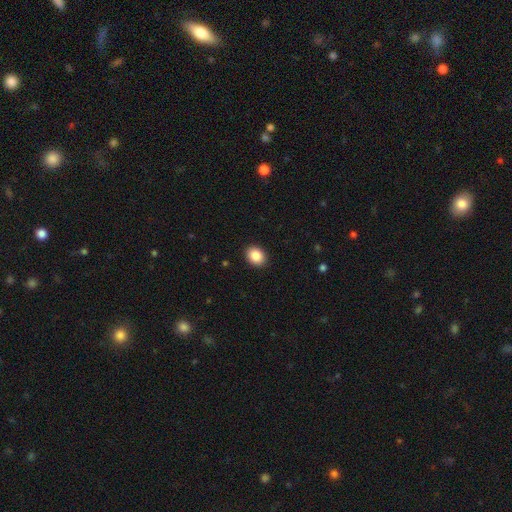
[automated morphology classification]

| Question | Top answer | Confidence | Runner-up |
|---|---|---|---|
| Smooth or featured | smooth | 88% | star or artifact (8%) |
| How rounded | in between | 57% | round (42%) |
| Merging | none | 91% | minor disturbance (6%) |